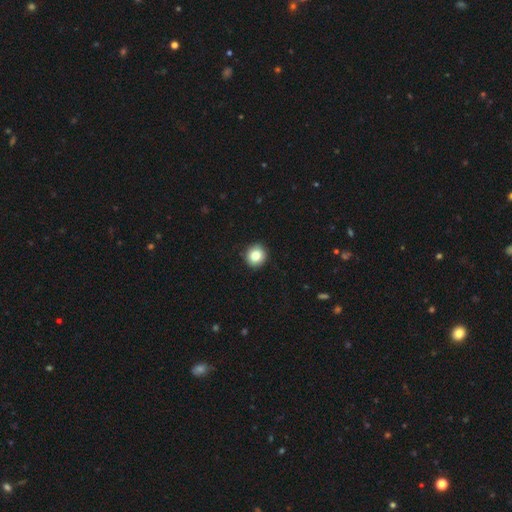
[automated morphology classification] smooth-or-featured: smooth: 83% | star or artifact: 9% | featured or disk: 8%
  how-rounded: round: 90% | in between: 9% | cigar-shaped: 1%
  merging: none: 92% | minor disturbance: 5% | major disturbance: 1% | merger: 1%